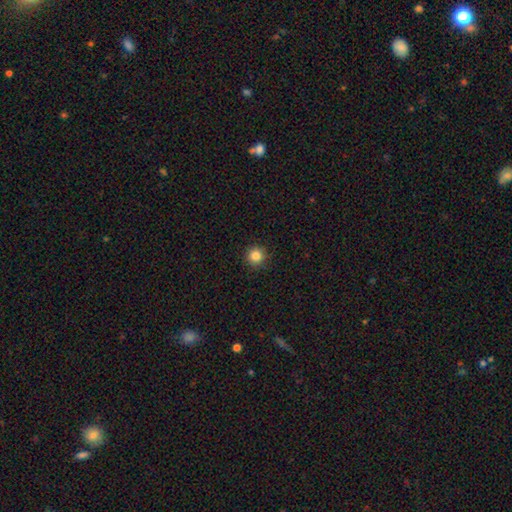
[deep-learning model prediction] This is clearly a smooth galaxy (84%). How rounded: clearly round (95%). Merging: clearly none (92%).